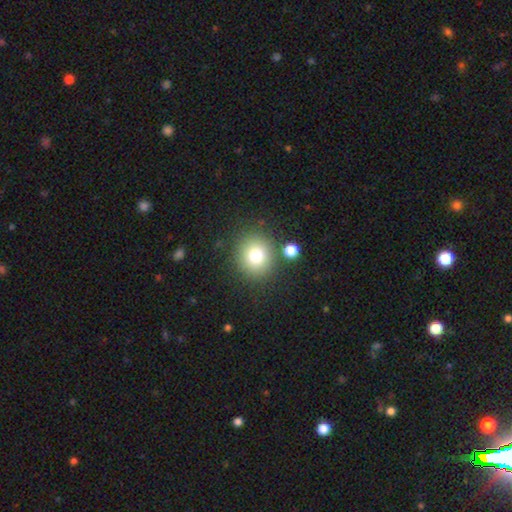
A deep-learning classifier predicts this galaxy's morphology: smooth-or-featured: smooth: 78% | star or artifact: 13% | featured or disk: 9%
  how-rounded: round: 86% | in between: 13% | cigar-shaped: 1%
  merging: none: 83% | minor disturbance: 8% | merger: 6% | major disturbance: 3%